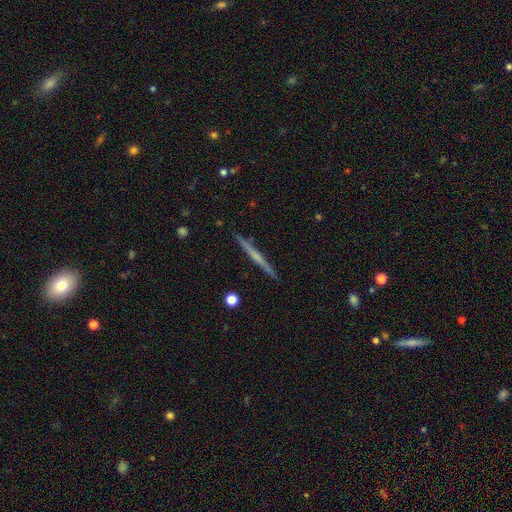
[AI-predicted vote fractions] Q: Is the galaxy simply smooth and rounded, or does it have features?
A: featured or disk — 58%.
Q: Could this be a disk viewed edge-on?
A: yes — 98%.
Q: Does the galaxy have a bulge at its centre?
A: none — 72%.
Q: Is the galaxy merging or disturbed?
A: none — 91%.